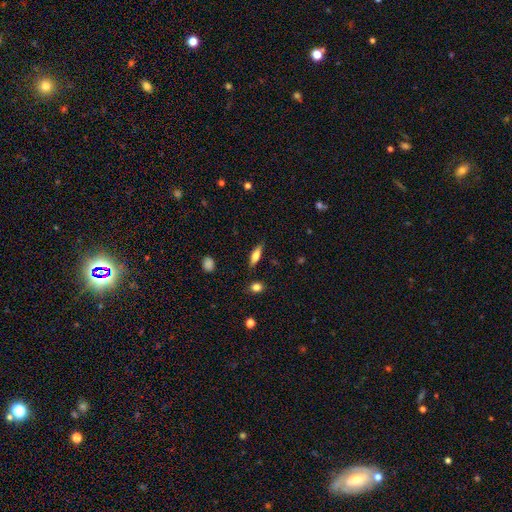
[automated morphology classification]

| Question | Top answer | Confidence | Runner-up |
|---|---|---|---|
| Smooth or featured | smooth | 69% | featured or disk (24%) |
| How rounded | in between | 49% | cigar-shaped (48%) |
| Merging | none | 84% | minor disturbance (12%) |